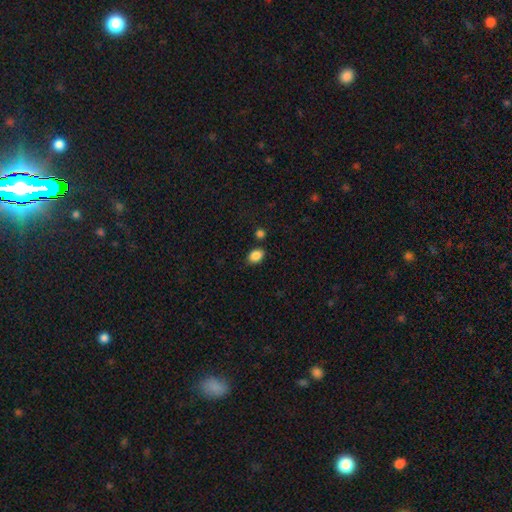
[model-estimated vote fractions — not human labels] Overall: smooth (87%). How rounded: in between (73%). Merging: none (78%).